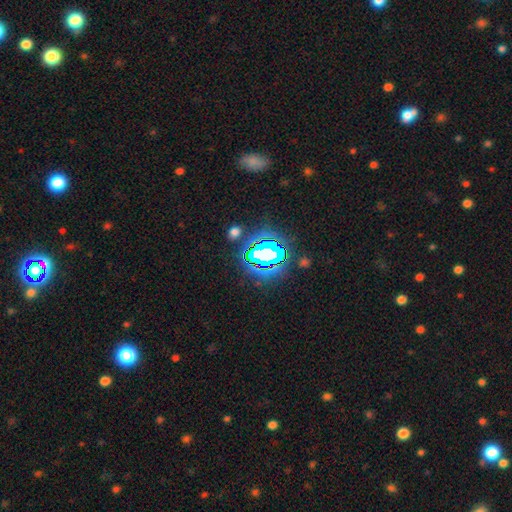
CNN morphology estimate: A star or artifact, not a galaxy (76%).